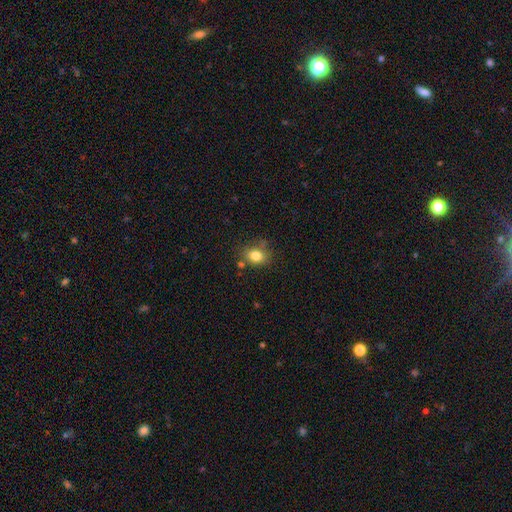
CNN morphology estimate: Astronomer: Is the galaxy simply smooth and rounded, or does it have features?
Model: smooth — 80%.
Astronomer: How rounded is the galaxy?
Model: round — 50% (runner-up: in between, 49%).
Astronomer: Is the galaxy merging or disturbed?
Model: none — 67%.